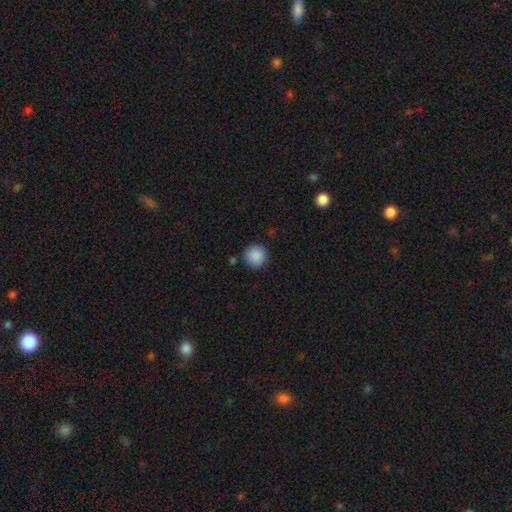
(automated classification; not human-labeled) Smooth or featured?
  - smooth: 89% *
  - star or artifact: 8%
  - featured or disk: 3%
How rounded?
  - round: 95% *
  - in between: 4%
  - cigar-shaped: 1%
Merging?
  - none: 88% *
  - minor disturbance: 8%
  - major disturbance: 2%
  - merger: 2%